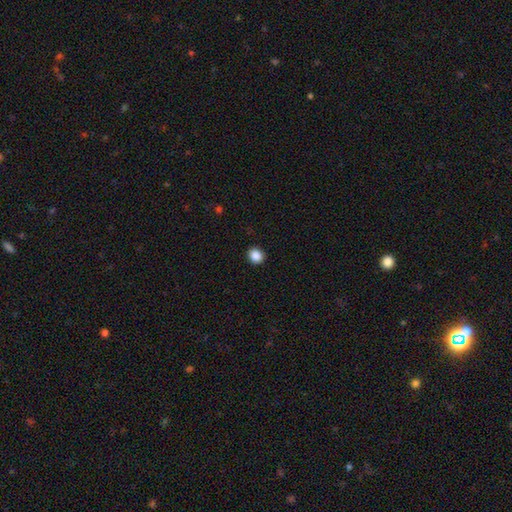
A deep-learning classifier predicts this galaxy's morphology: Smooth or featured?
  - smooth: 88% *
  - star or artifact: 9%
  - featured or disk: 2%
How rounded?
  - round: 75% *
  - in between: 24%
  - cigar-shaped: 1%
Merging?
  - none: 92% *
  - minor disturbance: 6%
  - major disturbance: 2%
  - merger: 1%